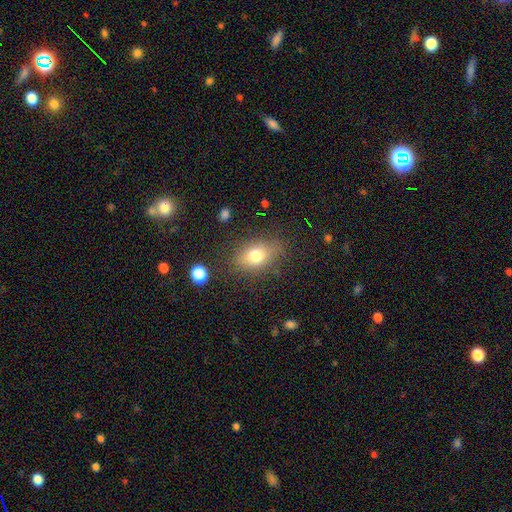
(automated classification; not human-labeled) Smooth or featured? smooth (74%)
How rounded? in between (78%)
Merging? none (78%)